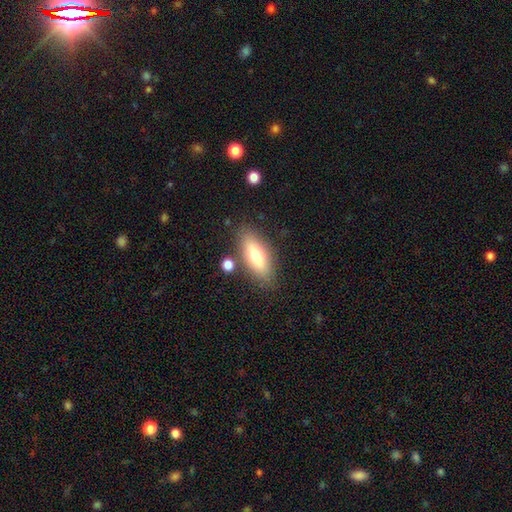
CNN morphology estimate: type=smooth (71%); roundness=in between (68%); merging=none (80%).